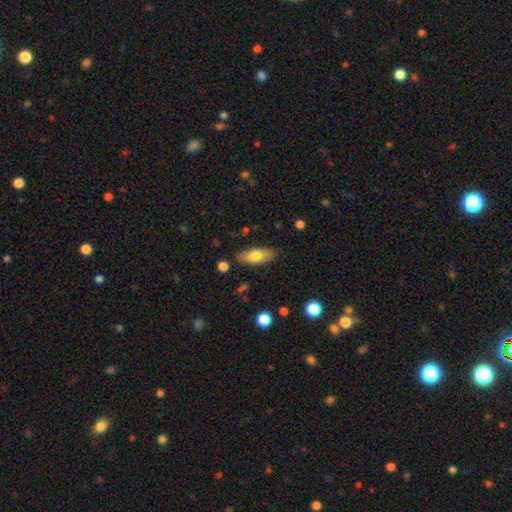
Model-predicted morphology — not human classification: Smooth or featured? Predicted: smooth (p=0.74). How rounded? Predicted: in between (p=0.78). Merging? Predicted: none (p=0.84).